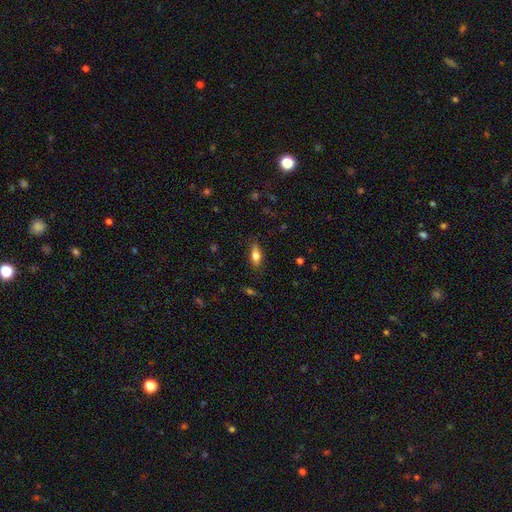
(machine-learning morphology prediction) Q: Smooth or featured?
A: smooth (72%); runner-up: featured or disk (20%)
Q: How rounded?
A: in between (77%); runner-up: cigar-shaped (19%)
Q: Merging?
A: none (84%); runner-up: minor disturbance (13%)